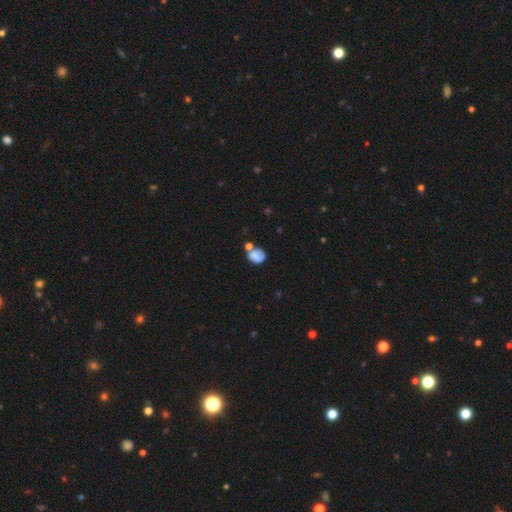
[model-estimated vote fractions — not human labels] Overall: smooth (72%). How rounded: round (55%; in between 44%). Merging: none (41%; merger 28%).